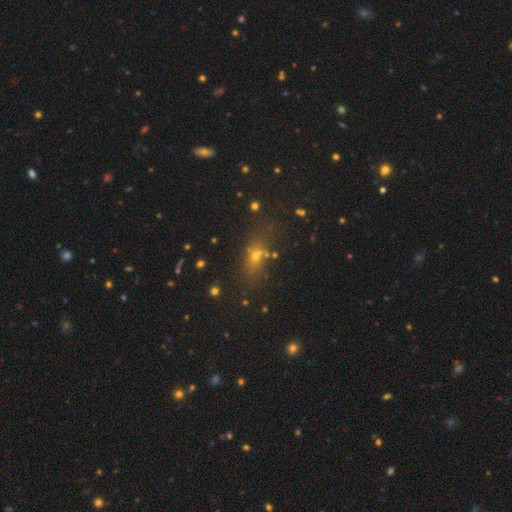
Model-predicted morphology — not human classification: The model was most divided on "smooth or featured": smooth: 53%, star or artifact: 30%, featured or disk: 17%. More confident: merging — none (65%); how rounded — in between (55%).